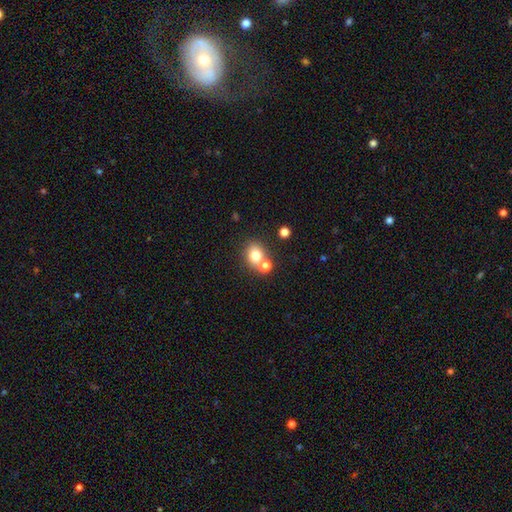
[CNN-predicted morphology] smooth_or_featured: smooth (p=0.76) [alt: star or artifact p=0.13]
how_rounded: round (p=0.64) [alt: in between p=0.35]
merging: none (p=0.53) [alt: merger p=0.35]